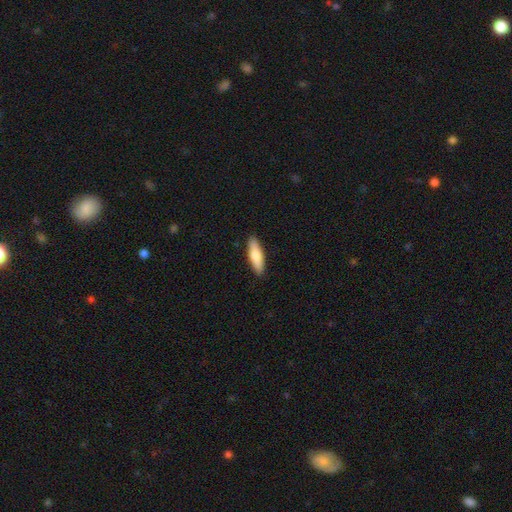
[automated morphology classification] Smooth or featured: smooth — 74% (featured or disk — 21%)
How rounded: cigar-shaped — 55% (in between — 43%)
Merging: none — 90% (minor disturbance — 7%)